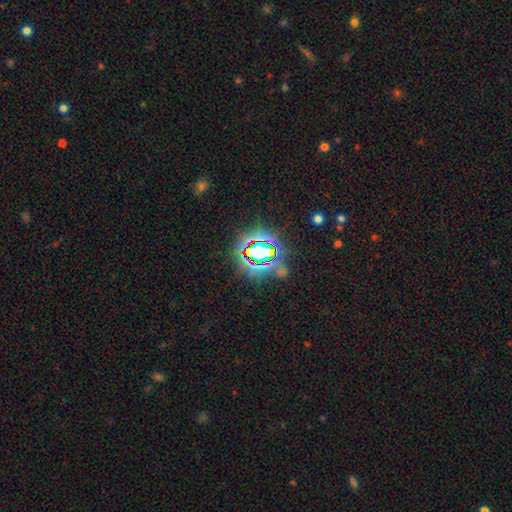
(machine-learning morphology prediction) Smooth or featured: star or artifact — 76% (smooth — 15%)